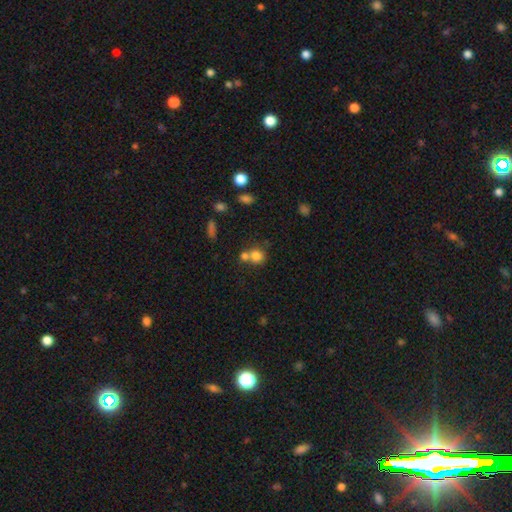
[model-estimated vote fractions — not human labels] Smooth or featured?
  - smooth: 78% *
  - star or artifact: 12%
  - featured or disk: 10%
How rounded?
  - round: 81% *
  - in between: 18%
  - cigar-shaped: 1%
Merging?
  - none: 44% * (tied)
  - merger: 44% * (tied)
  - minor disturbance: 8%
  - major disturbance: 4%